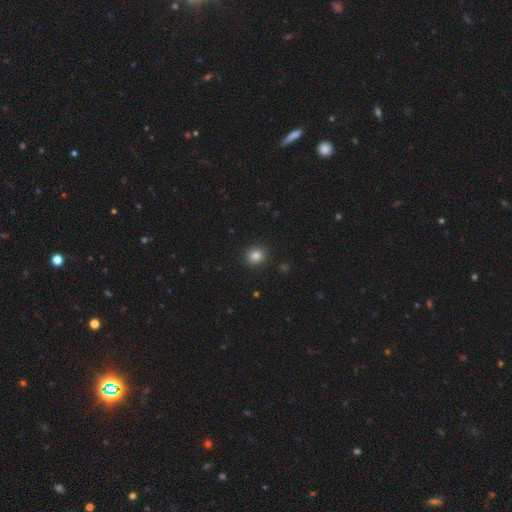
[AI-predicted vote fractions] This appears to be a smooth galaxy with no disk features (83%) that is round (84%). Merging: none (91%).